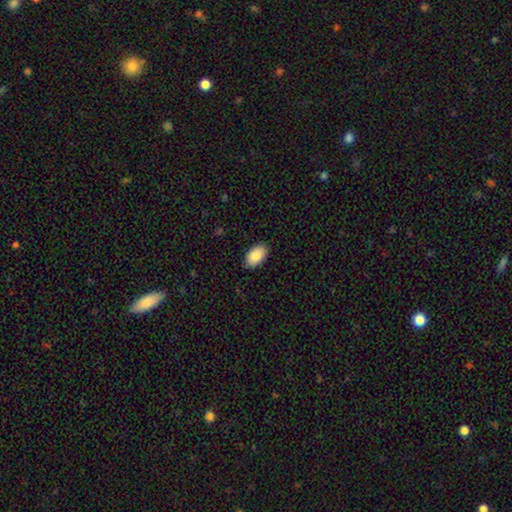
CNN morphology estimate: Smooth or featured?
  - smooth: 88% *
  - star or artifact: 6%
  - featured or disk: 6%
How rounded?
  - in between: 95% *
  - round: 4%
  - cigar-shaped: 1%
Merging?
  - none: 87% *
  - minor disturbance: 10%
  - major disturbance: 2%
  - merger: 1%